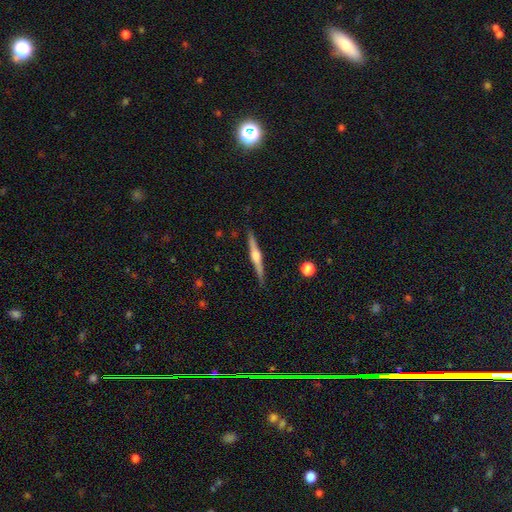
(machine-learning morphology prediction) Smooth or featured? featured or disk (75%)
Edge-on disk? yes (98%)
Edge-on bulge? rounded (83%)
Merging? none (88%)